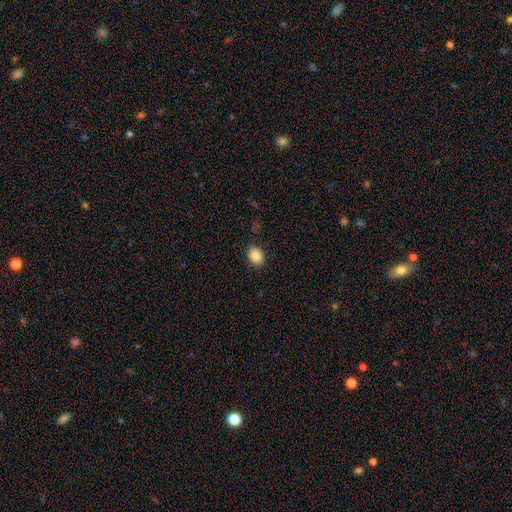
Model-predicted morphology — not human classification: smooth_or_featured: smooth (p=0.86) [alt: star or artifact p=0.09]
how_rounded: in between (p=0.67) [alt: round p=0.32]
merging: none (p=0.85) [alt: minor disturbance p=0.10]